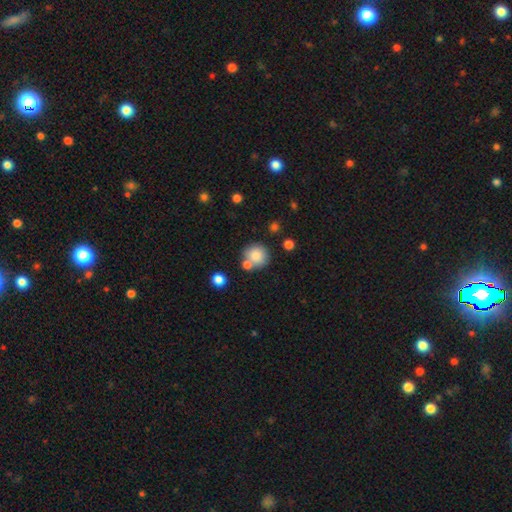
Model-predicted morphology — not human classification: type=smooth (83%); roundness=round (90%); merging=none (65%).